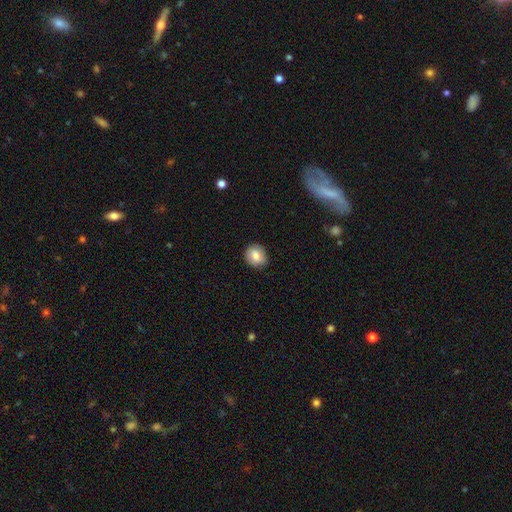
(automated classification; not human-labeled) Smooth or featured?
  - smooth: 79% *
  - featured or disk: 13%
  - star or artifact: 8%
How rounded?
  - round: 76% *
  - in between: 23%
  - cigar-shaped: 1%
Merging?
  - none: 87% *
  - minor disturbance: 10%
  - major disturbance: 2%
  - merger: 1%